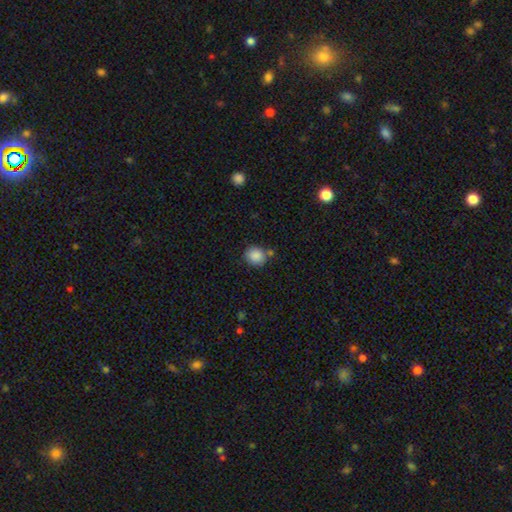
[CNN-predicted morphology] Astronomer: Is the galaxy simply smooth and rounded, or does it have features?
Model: smooth — 87%.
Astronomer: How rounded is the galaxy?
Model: round — 76%.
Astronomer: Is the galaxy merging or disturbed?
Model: none — 73%.